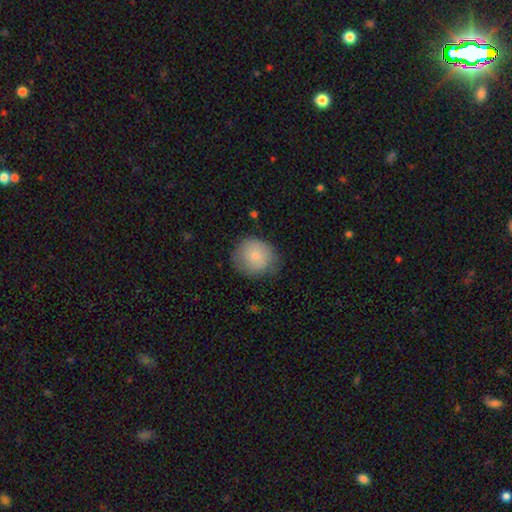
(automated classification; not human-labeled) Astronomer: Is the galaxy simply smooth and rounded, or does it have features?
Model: smooth — 79%.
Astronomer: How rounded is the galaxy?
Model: round — 84%.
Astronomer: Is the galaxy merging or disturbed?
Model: none — 67%.